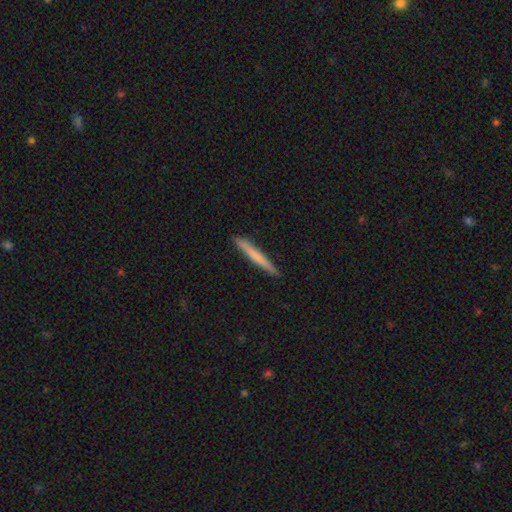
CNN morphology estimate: type=smooth (63%); roundness=cigar-shaped (97%); merging=none (91%).